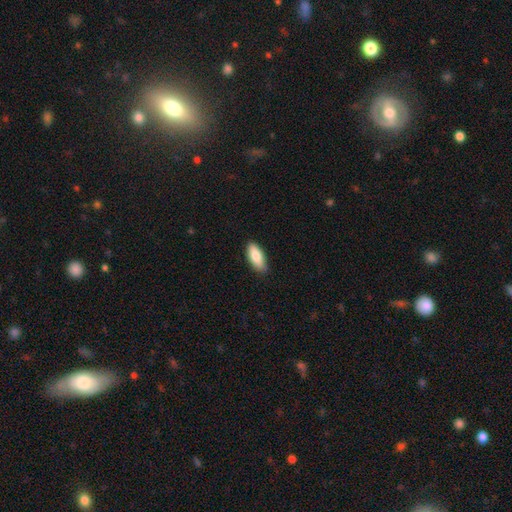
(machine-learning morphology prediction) Overall: smooth (84%). How rounded: in between (78%). Merging: none (85%).